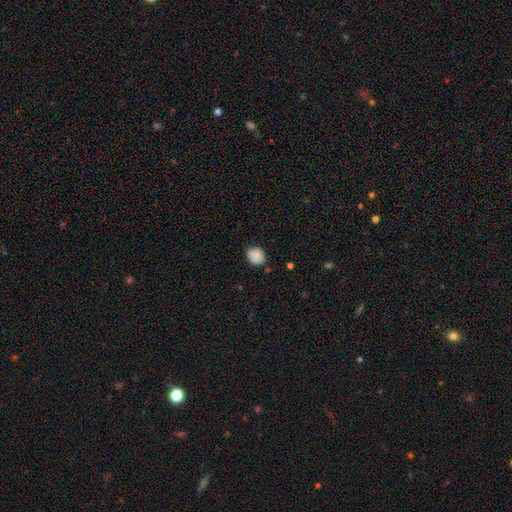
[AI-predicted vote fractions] smooth 79%, featured or disk 12%, star or artifact 8%. Down the decision tree: how rounded — round (61%); merging — none (72%).